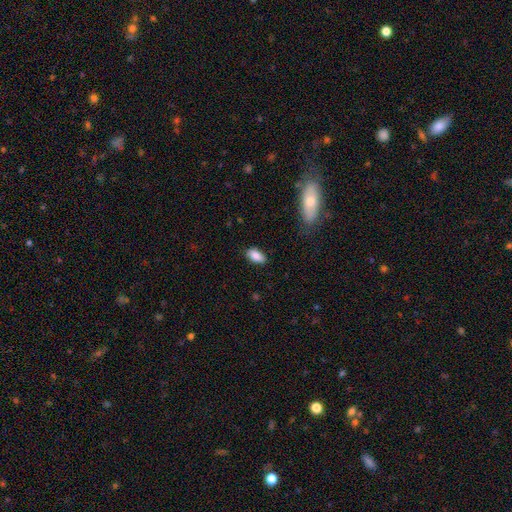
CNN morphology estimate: Smooth or featured: smooth — 87% (star or artifact — 7%)
How rounded: in between — 92% (round — 4%)
Merging: none — 82% (minor disturbance — 14%)